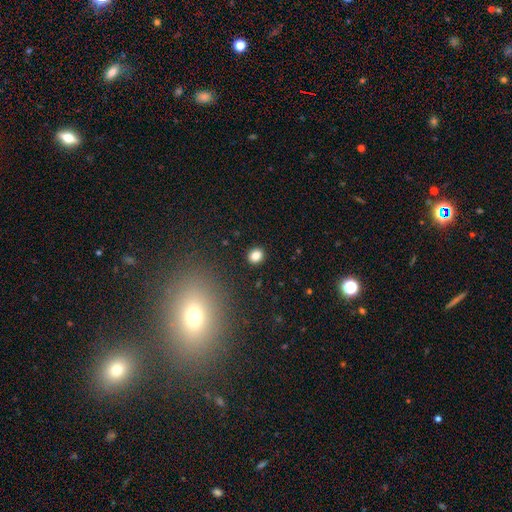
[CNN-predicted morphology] smooth_or_featured: smooth (p=0.84) [alt: star or artifact p=0.12]
how_rounded: round (p=0.72) [alt: in between p=0.27]
merging: none (p=0.91) [alt: minor disturbance p=0.06]